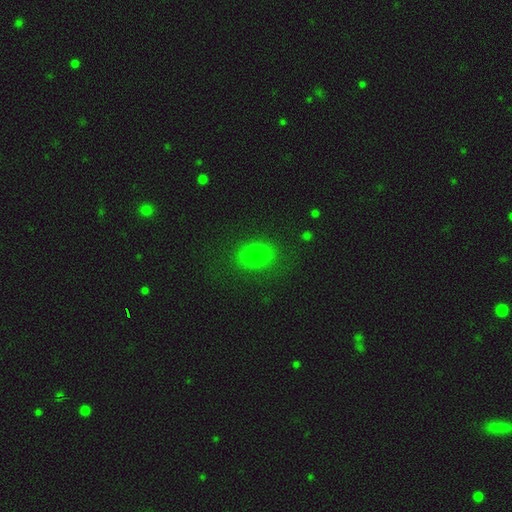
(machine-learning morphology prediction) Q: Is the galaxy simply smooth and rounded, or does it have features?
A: smooth — 78%.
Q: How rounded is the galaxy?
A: in between — 60%.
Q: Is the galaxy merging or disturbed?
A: none — 82%.